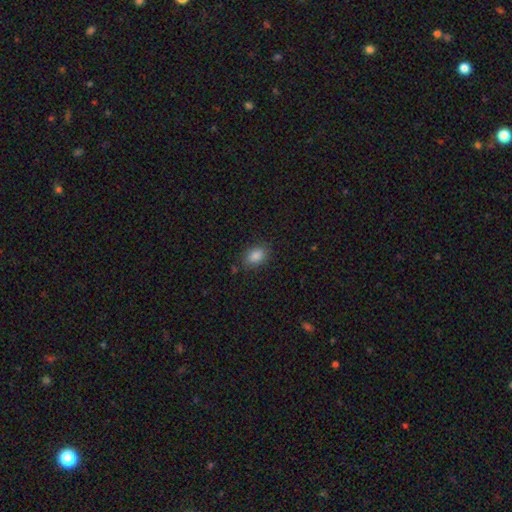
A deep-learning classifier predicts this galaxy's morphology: smooth-or-featured: smooth: 86% | star or artifact: 9% | featured or disk: 5%
  how-rounded: in between: 81% | round: 18% | cigar-shaped: 2%
  merging: none: 82% | minor disturbance: 13% | major disturbance: 3% | merger: 2%